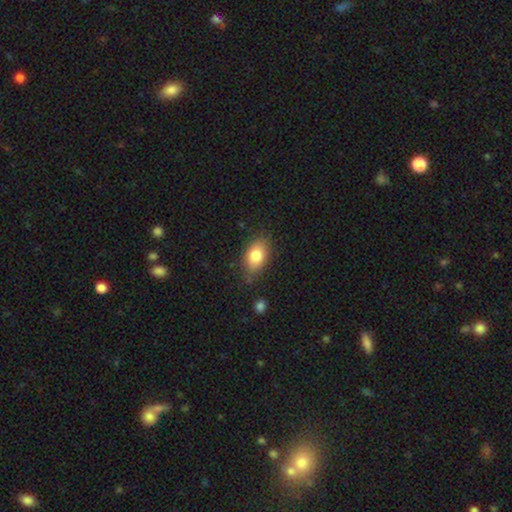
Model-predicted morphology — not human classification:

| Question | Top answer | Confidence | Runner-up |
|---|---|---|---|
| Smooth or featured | smooth | 81% | featured or disk (11%) |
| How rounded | in between | 87% | round (11%) |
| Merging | none | 75% | minor disturbance (19%) |